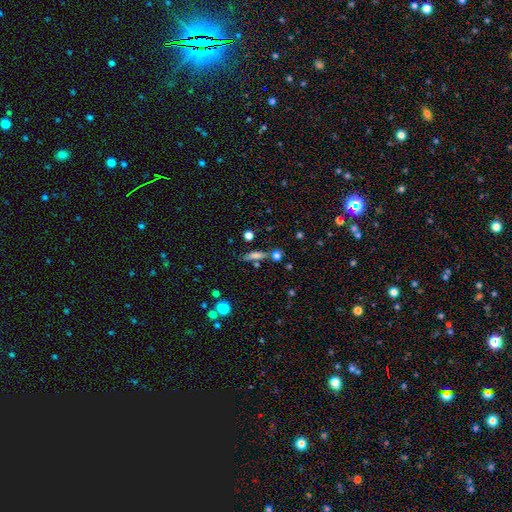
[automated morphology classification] Smooth or featured? smooth (66%)
How rounded? cigar-shaped (64%)
Merging? none (67%)